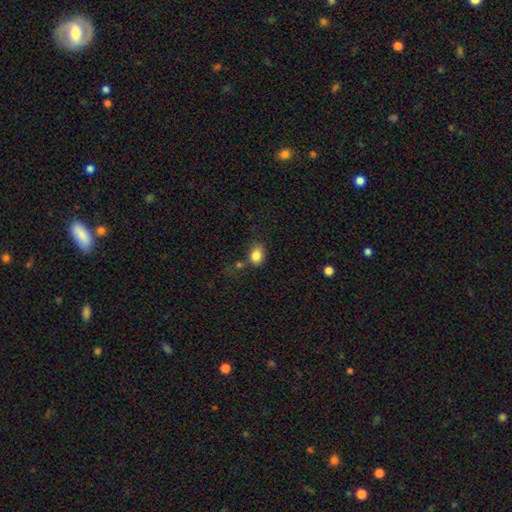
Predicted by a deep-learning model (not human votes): A smooth galaxy with no disk features (84%) that is in between round and cigar-shaped (63%).

Vote fractions:
- Smooth or featured? smooth: 84% / star or artifact: 10% / featured or disk: 7%
- How rounded? in between: 63% / round: 36% / cigar-shaped: 1%
- Merging? none: 59% / minor disturbance: 20% / merger: 13% / major disturbance: 7%